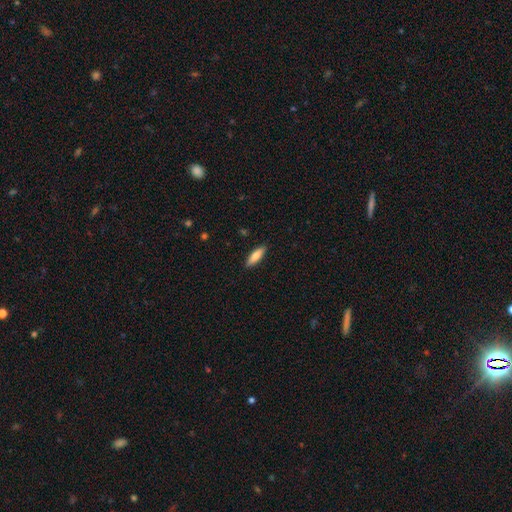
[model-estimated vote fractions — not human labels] Morphology: type=smooth (76%); roundness=cigar-shaped (53%); merging=none (90%).